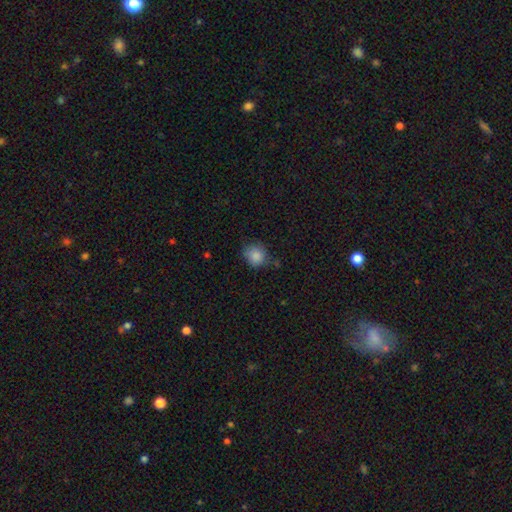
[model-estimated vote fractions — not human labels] A smooth galaxy with no disk features (86%) that is round (79%). Merging: none (66%).